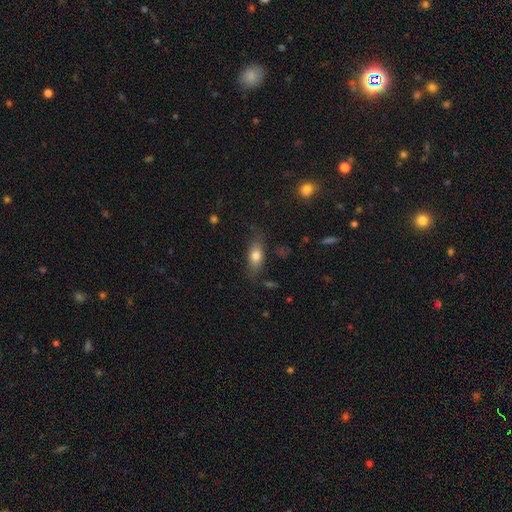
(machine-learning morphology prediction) This appears to be a smooth galaxy with no disk features (74%) that is in between round and cigar-shaped (76%). Merging: none (75%).